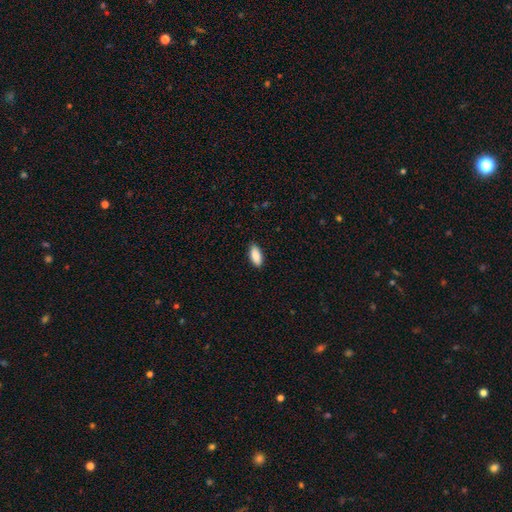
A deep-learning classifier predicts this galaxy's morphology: Q: Smooth or featured?
A: smooth (90%); runner-up: star or artifact (6%)
Q: How rounded?
A: in between (88%); runner-up: cigar-shaped (10%)
Q: Merging?
A: none (87%); runner-up: minor disturbance (10%)